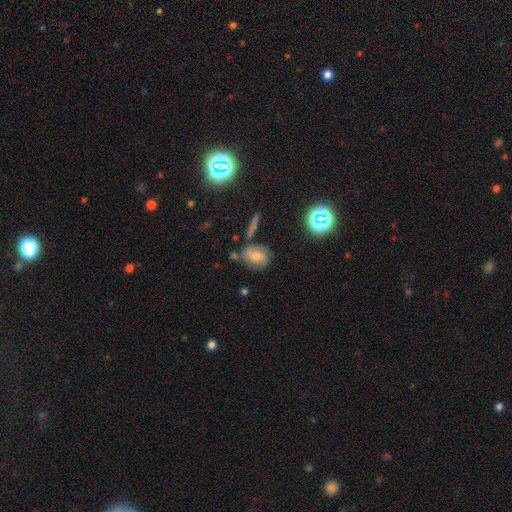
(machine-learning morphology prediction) smooth-or-featured: smooth: 58% | featured or disk: 28% | star or artifact: 13%
  how-rounded: in between: 49% | round: 48% | cigar-shaped: 3%
  merging: none: 64% | minor disturbance: 20% | merger: 9% | major disturbance: 7%